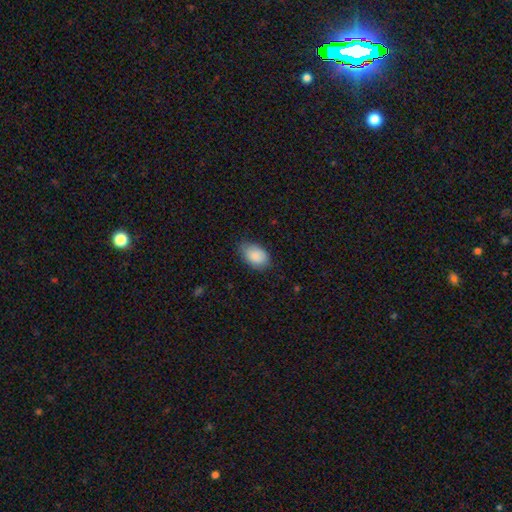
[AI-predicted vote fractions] This appears to be a smooth galaxy with no disk features (87%) that is in between round and cigar-shaped (88%). Merging: none (75%).